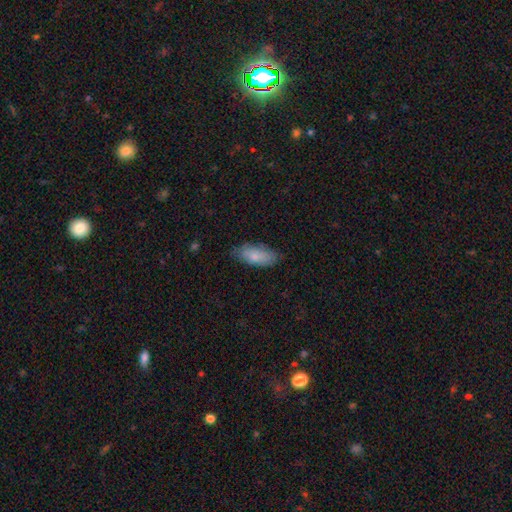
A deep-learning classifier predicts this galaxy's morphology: smooth-or-featured: smooth: 80% | featured or disk: 14% | star or artifact: 6%
  how-rounded: in between: 85% | cigar-shaped: 13% | round: 2%
  merging: none: 74% | minor disturbance: 21% | major disturbance: 4% | merger: 1%